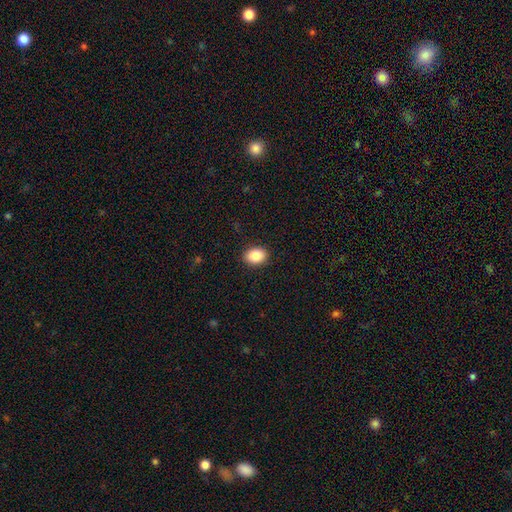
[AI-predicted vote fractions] This appears to be a smooth galaxy with no disk features (88%) that is in between round and cigar-shaped (73%). Merging: none (90%).